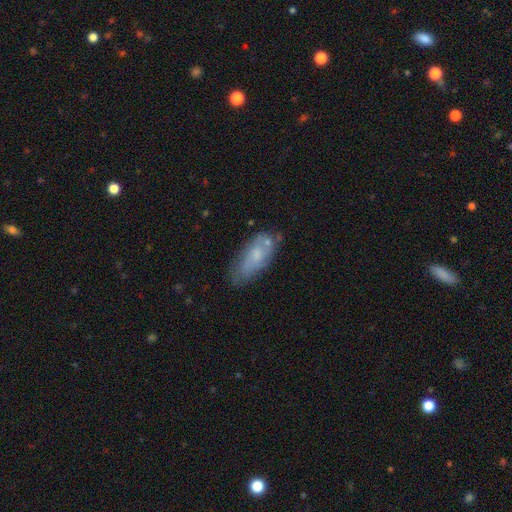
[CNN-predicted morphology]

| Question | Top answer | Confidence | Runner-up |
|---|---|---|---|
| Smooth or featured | smooth | 55% | featured or disk (38%) |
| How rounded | in between | 78% | cigar-shaped (20%) |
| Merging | none | 52% | minor disturbance (29%) |